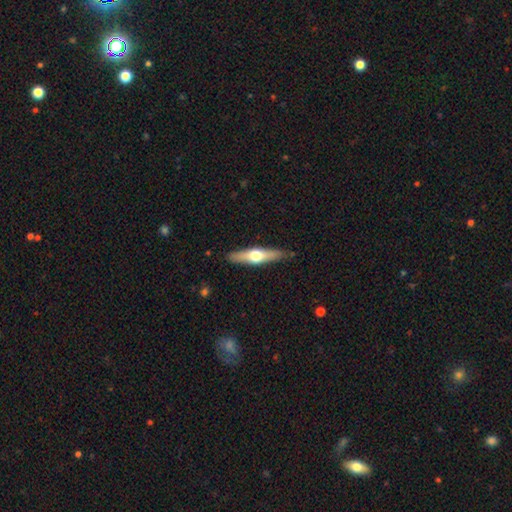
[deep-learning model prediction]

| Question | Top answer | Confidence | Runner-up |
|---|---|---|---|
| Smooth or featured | featured or disk | 58% | smooth (37%) |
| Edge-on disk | yes | 94% | no (6%) |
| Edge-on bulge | rounded | 95% | boxy (2%) |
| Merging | none | 88% | minor disturbance (9%) |